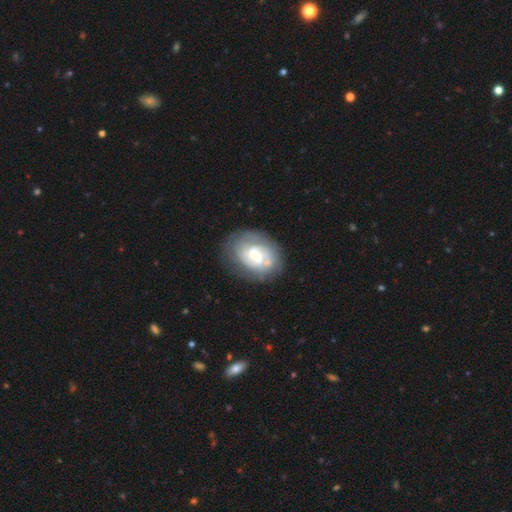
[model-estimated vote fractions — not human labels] featured or disk 77%, smooth 16%, star or artifact 6%. Down the decision tree: edge-on disk — no (97%); bar — weak (56%); spiral arms — yes (90%); spiral arm count — 2 (45%); spiral winding — tight (51%); bulge size — small (44%); merging — none (69%).